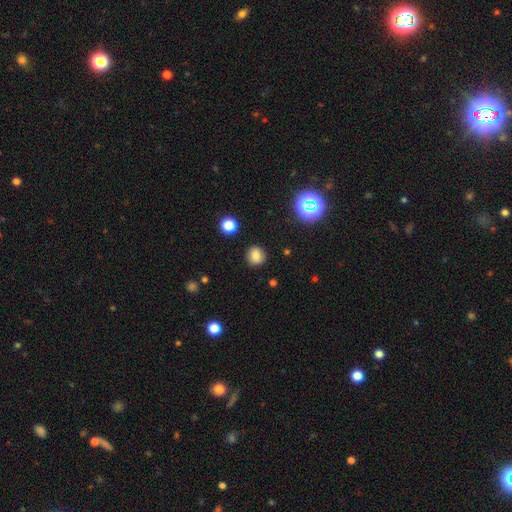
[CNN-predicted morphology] Smooth or featured: smooth — 79% (star or artifact — 14%)
How rounded: round — 85% (in between — 14%)
Merging: none — 88% (minor disturbance — 8%)